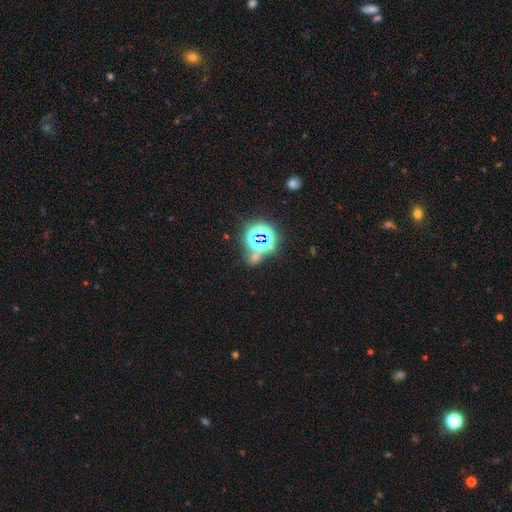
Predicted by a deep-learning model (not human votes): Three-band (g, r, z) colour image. It shows a star or artifact, not a galaxy (67%).